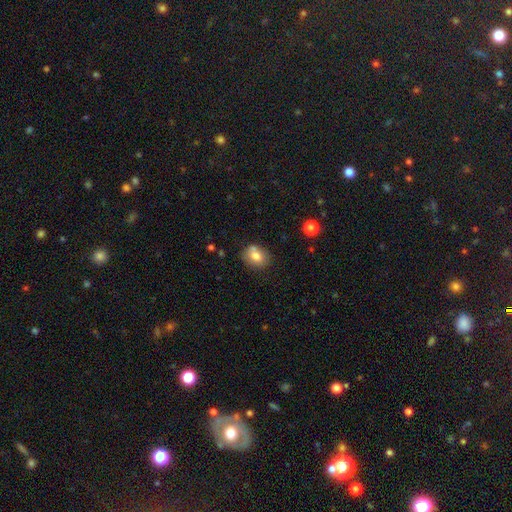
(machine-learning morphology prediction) Smooth or featured? smooth (77%)
How rounded? round (51%)
Merging? none (66%)